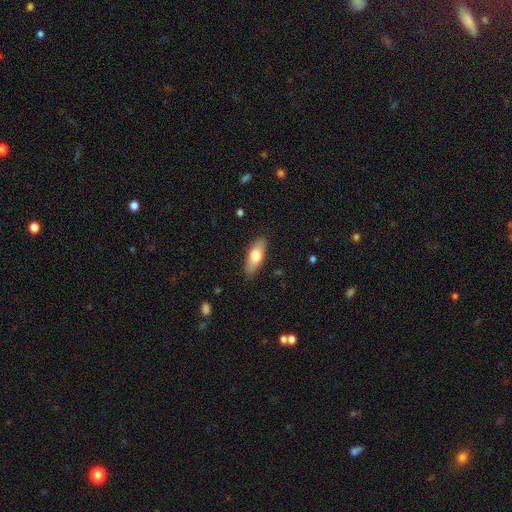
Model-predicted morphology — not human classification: A smooth galaxy with no disk features (70%) that is in between round and cigar-shaped (69%). Merging: none (86%).